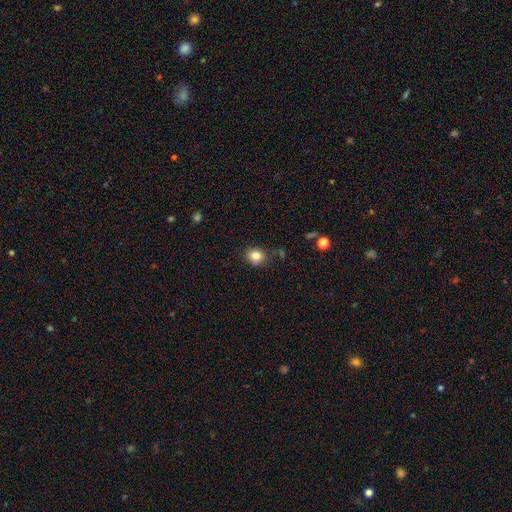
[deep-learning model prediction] Smooth or featured? Predicted: smooth (p=0.83). How rounded? Predicted: round (p=0.75). Merging? Predicted: none (p=0.79).